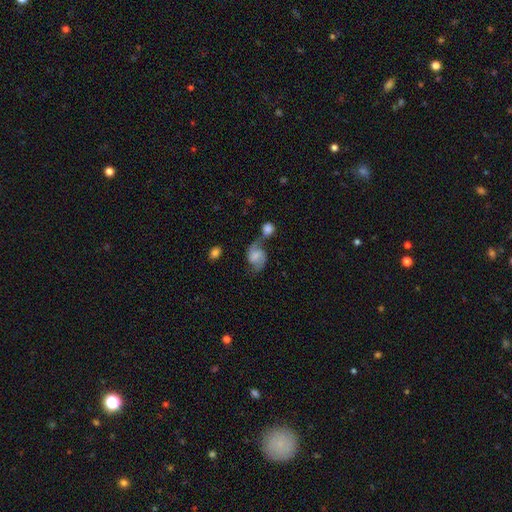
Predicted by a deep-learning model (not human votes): Q: Smooth or featured?
A: featured or disk (60%); runner-up: smooth (31%)
Q: Edge-on disk?
A: no (97%); runner-up: yes (3%)
Q: Bar?
A: no (44%); runner-up: weak (43%)
Q: Spiral arms?
A: yes (90%); runner-up: no (10%)
Q: Spiral winding?
A: loose (54%); runner-up: medium (37%)
Q: Spiral arm count?
A: 2 (89%); runner-up: can't tell (4%)
Q: Bulge size?
A: none (31%); runner-up: moderate (27%)
Q: Merging?
A: merger (38%); runner-up: none (37%)